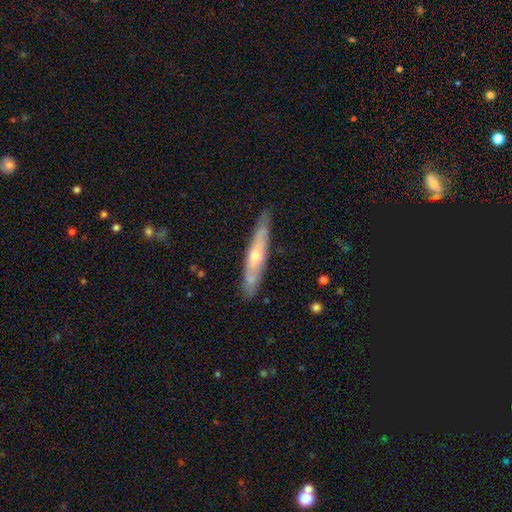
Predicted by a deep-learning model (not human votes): This appears to be a featured or disk galaxy (59%) viewed edge-on (74%). Merging: none (80%).